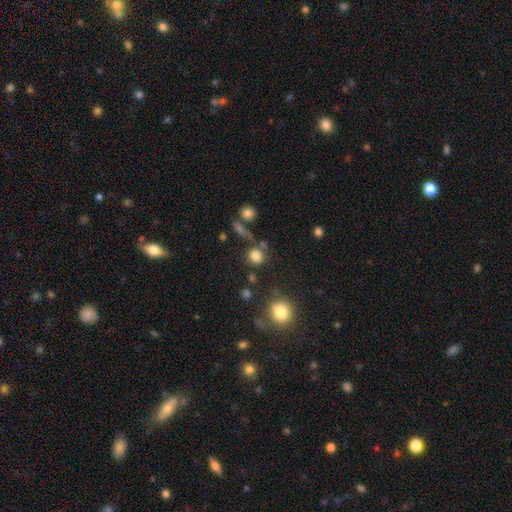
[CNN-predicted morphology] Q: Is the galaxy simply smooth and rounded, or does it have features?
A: smooth — 79%.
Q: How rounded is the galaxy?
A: round — 83%.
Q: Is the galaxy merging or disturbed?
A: none — 68%.